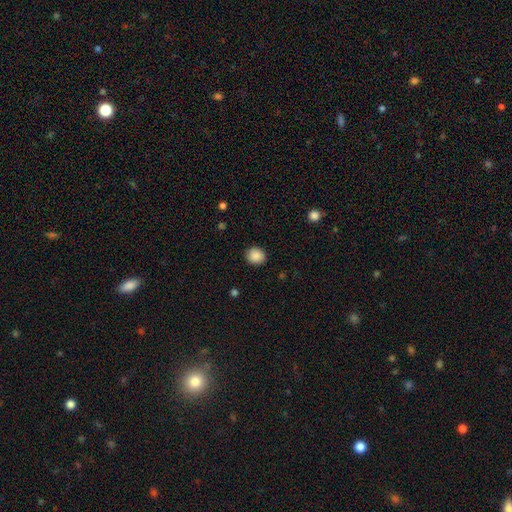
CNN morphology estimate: Smooth or featured? smooth (89%)
How rounded? round (71%)
Merging? none (89%)